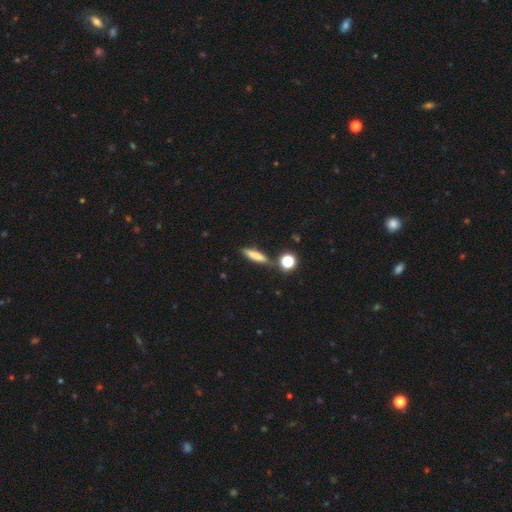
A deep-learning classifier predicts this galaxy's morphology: Q: Smooth or featured?
A: smooth (73%); runner-up: featured or disk (16%)
Q: How rounded?
A: cigar-shaped (76%); runner-up: in between (19%)
Q: Merging?
A: none (78%); runner-up: minor disturbance (11%)